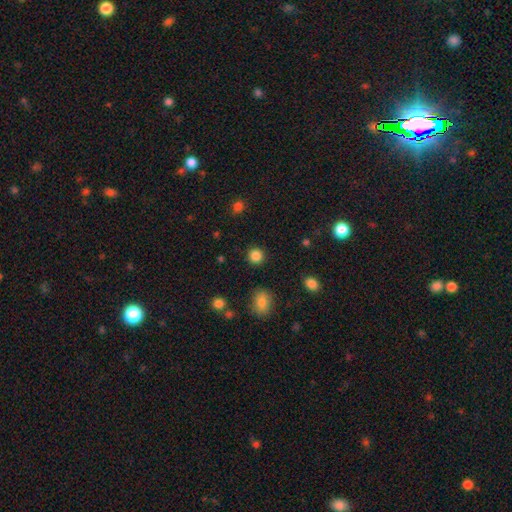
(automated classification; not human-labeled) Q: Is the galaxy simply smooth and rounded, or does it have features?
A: smooth — 86%.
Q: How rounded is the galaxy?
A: round — 92%.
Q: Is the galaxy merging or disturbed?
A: none — 90%.